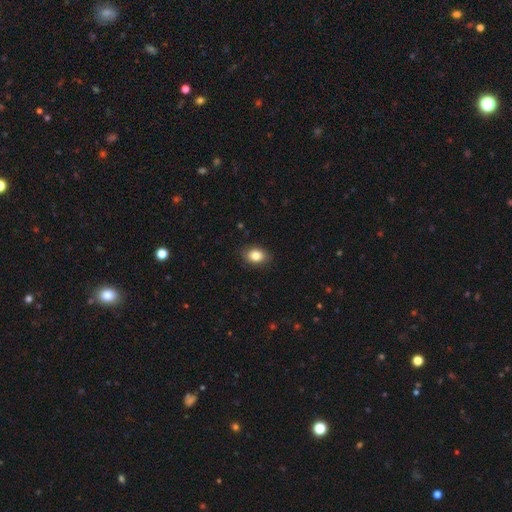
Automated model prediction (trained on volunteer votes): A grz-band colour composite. It shows a smooth galaxy with no disk features (84%) that is in between round and cigar-shaped (67%). Merging: none (86%).